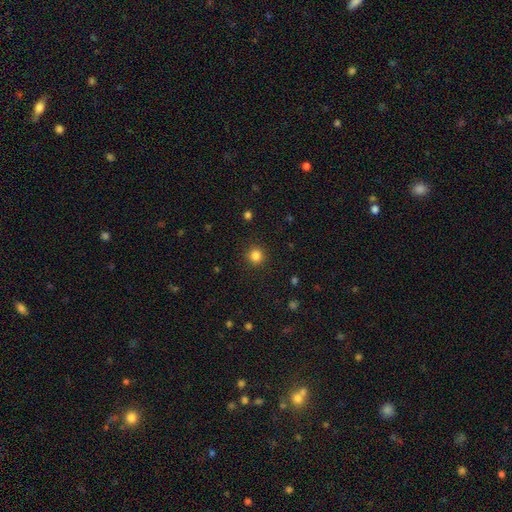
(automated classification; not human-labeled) smooth_or_featured: smooth (p=0.83) [alt: star or artifact p=0.12]
how_rounded: round (p=0.93) [alt: in between p=0.06]
merging: none (p=0.90) [alt: minor disturbance p=0.06]